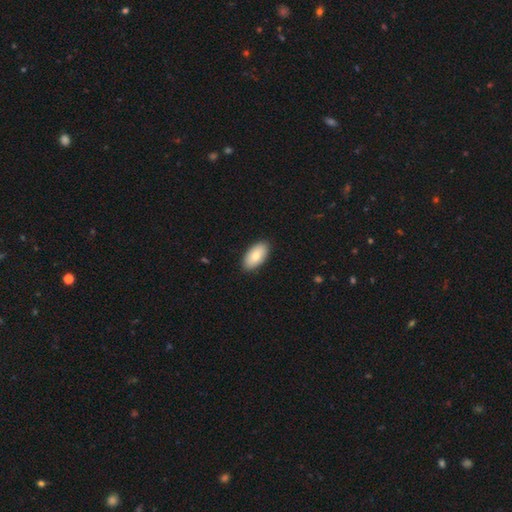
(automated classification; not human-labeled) Smooth or featured? Predicted: smooth (p=0.78). How rounded? Predicted: in between (p=0.95). Merging? Predicted: none (p=0.90).